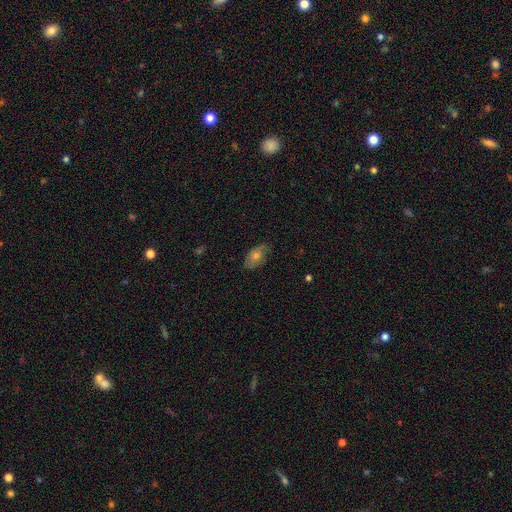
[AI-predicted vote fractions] This is possibly a smooth galaxy (51%). How rounded: clearly in between (89%). Merging: likely none (74%).